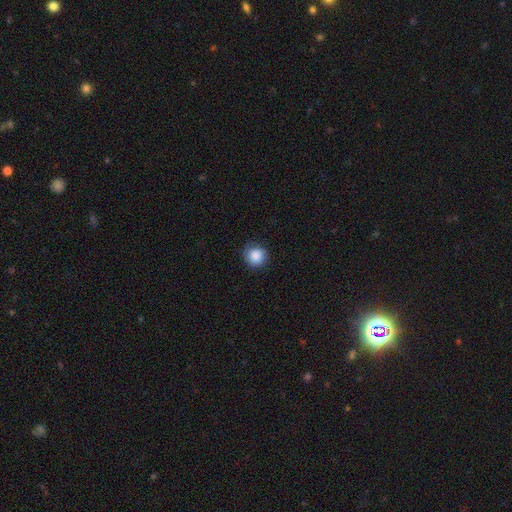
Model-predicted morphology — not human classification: This appears to be a smooth galaxy with no disk features (87%) that is round (92%). Merging: none (78%).